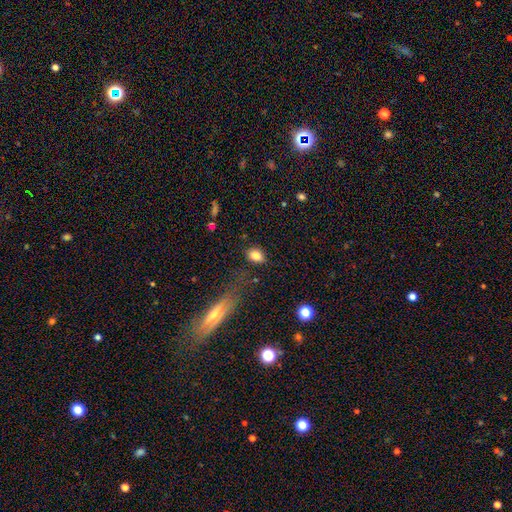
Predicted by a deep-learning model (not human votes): Smooth or featured? Predicted: smooth (p=0.83). How rounded? Predicted: in between (p=0.79). Merging? Predicted: none (p=0.76).